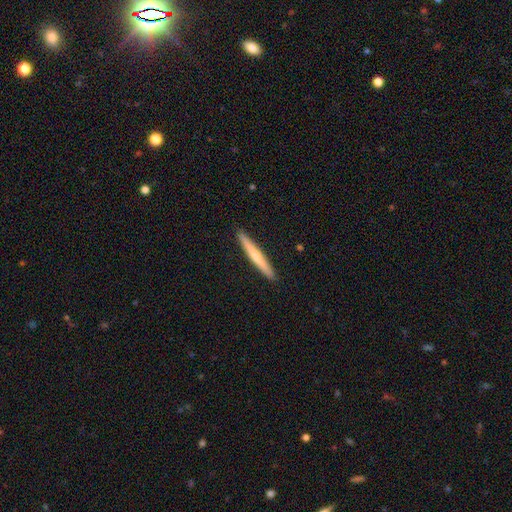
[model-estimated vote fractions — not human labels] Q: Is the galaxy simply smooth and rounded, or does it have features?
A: smooth — 52%.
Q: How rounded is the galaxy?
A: cigar-shaped — 97%.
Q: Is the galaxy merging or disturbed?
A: none — 92%.